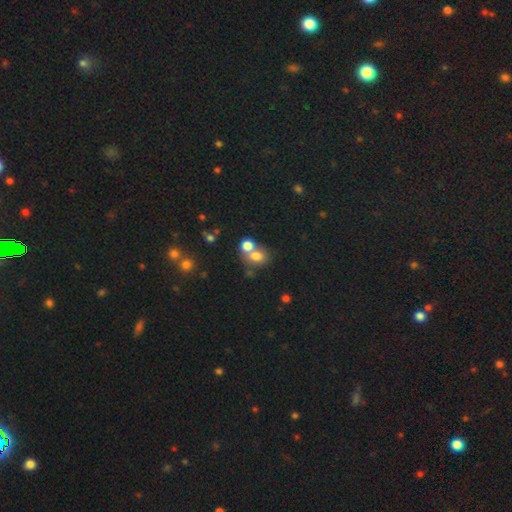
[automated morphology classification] Smooth or featured? Predicted: smooth (p=0.74). How rounded? Predicted: round (p=0.59). Merging? Predicted: merger (p=0.52).